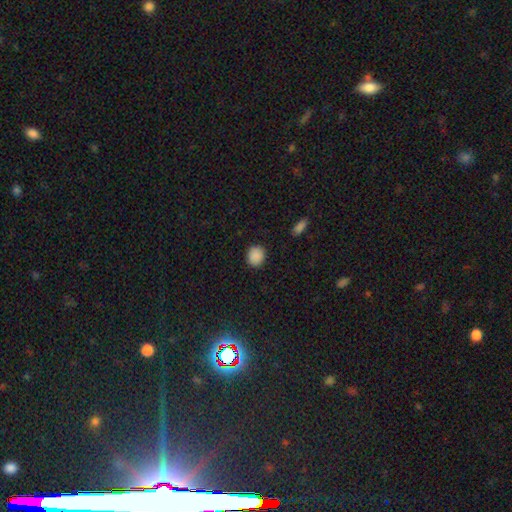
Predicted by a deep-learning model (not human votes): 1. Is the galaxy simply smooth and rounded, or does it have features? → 88% smooth, 9% star or artifact, 3% featured or disk.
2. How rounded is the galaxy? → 75% round, 24% in between, 1% cigar-shaped.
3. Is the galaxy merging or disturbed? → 89% none, 8% minor disturbance, 2% major disturbance, 1% merger.